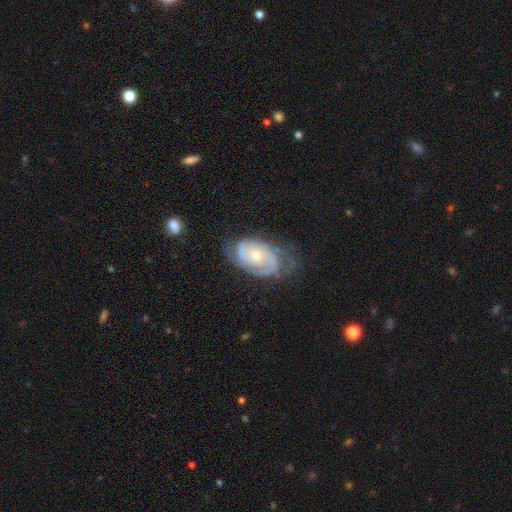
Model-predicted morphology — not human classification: smooth_or_featured: featured or disk (p=0.84) [alt: smooth p=0.10]
disk_edge_on: no (p=0.96) [alt: yes p=0.04]
bar: no (p=0.72) [alt: weak p=0.23]
has_spiral_arms: yes (p=0.95) [alt: no p=0.05]
spiral_winding: tight (p=0.60) [alt: medium p=0.32]
spiral_arm_count: 2 (p=0.46) [alt: can't tell p=0.24]
bulge_size: small (p=0.53) [alt: moderate p=0.43]
merging: none (p=0.62) [alt: minor disturbance p=0.25]